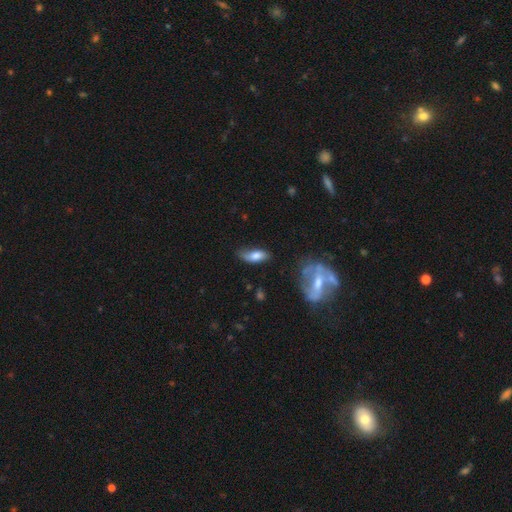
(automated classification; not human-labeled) The model was most divided on "merging": none: 58%, minor disturbance: 30%, major disturbance: 9%, merger: 3%. More confident: how rounded — in between (76%); smooth or featured — smooth (72%).